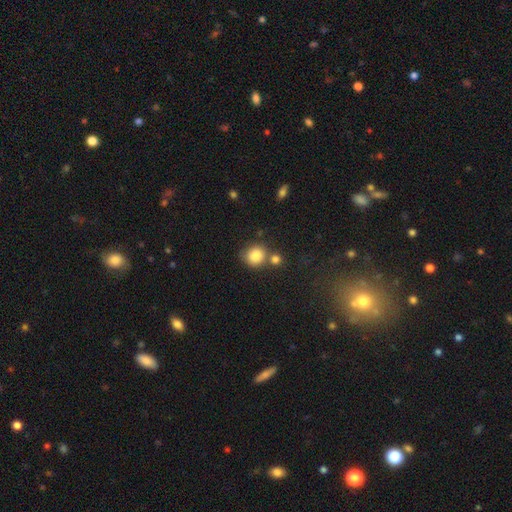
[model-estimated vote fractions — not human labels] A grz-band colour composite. It shows a smooth galaxy with no disk features (85%) that is round (83%). Merging: none (58%).